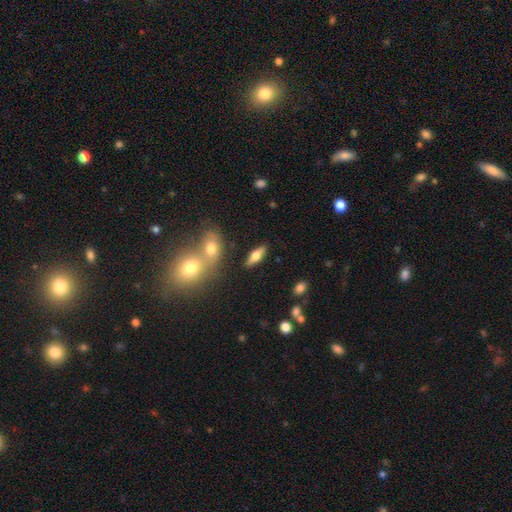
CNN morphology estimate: Q: Smooth or featured?
A: smooth (51%); runner-up: featured or disk (41%)
Q: How rounded?
A: in between (61%); runner-up: cigar-shaped (35%)
Q: Merging?
A: none (82%); runner-up: minor disturbance (9%)